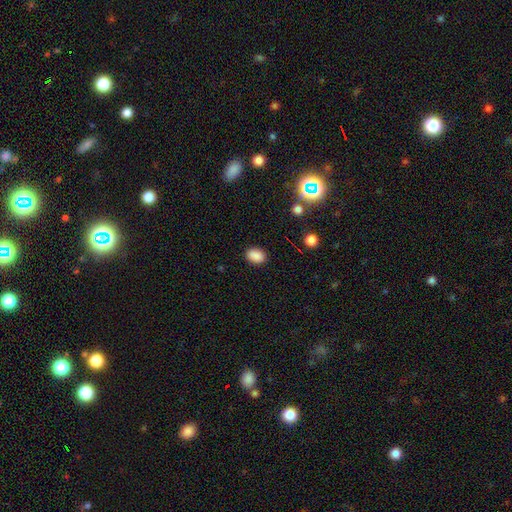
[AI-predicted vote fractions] Morphology: type=smooth (86%); roundness=in between (75%); merging=none (87%).